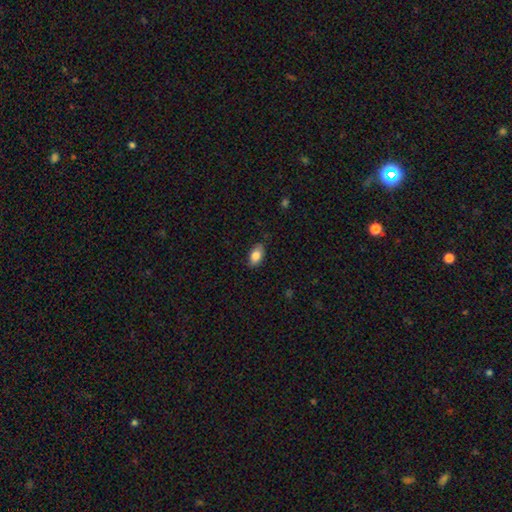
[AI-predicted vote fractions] This appears to be a smooth galaxy with no disk features (83%) that is in between round and cigar-shaped (92%). Merging: none (82%).